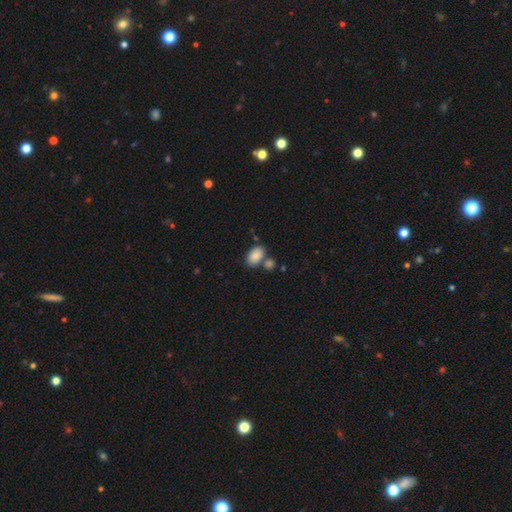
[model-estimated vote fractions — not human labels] Smooth or featured?
  - smooth: 87% *
  - star or artifact: 7%
  - featured or disk: 6%
How rounded?
  - in between: 91% *
  - round: 8%
  - cigar-shaped: 1%
Merging?
  - none: 60% *
  - merger: 23%
  - minor disturbance: 12%
  - major disturbance: 4%